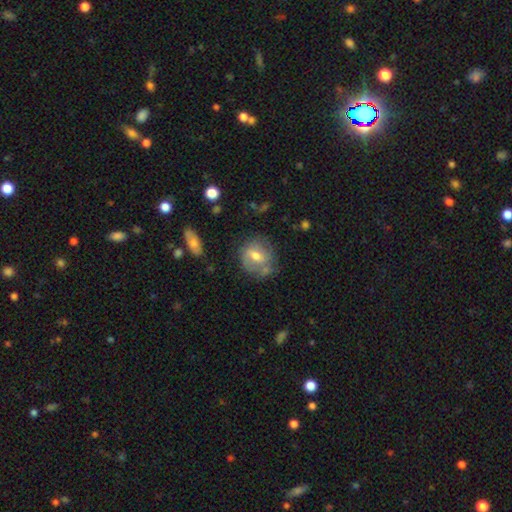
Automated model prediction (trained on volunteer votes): Overall: smooth (52%; featured or disk 40%). How rounded: round (70%). Merging: none (60%; minor disturbance 22%).